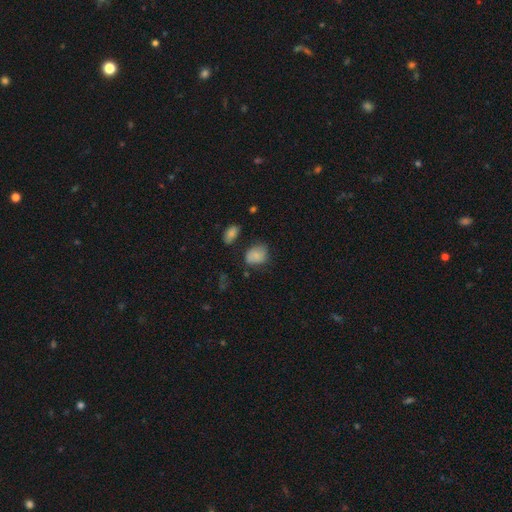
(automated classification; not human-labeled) smooth-or-featured: smooth: 82% | star or artifact: 10% | featured or disk: 9%
  how-rounded: in between: 58% | round: 41% | cigar-shaped: 1%
  merging: none: 57% | minor disturbance: 29% | major disturbance: 9% | merger: 5%